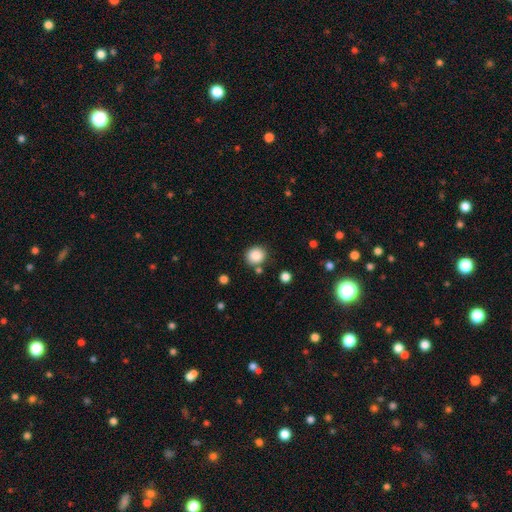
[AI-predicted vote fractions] This is clearly a smooth galaxy (87%). How rounded: clearly round (85%). Merging: likely none (80%).